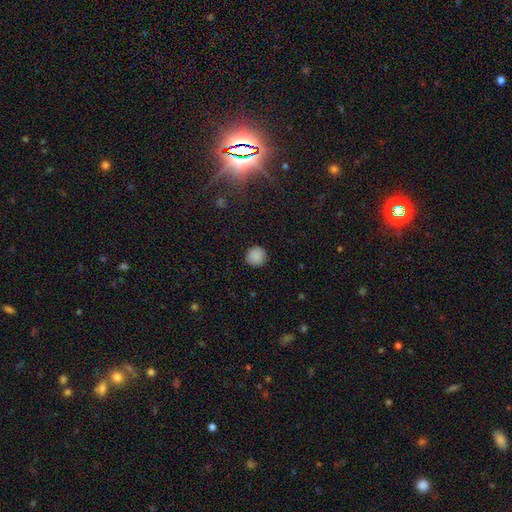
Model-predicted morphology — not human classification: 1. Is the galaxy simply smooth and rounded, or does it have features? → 87% smooth, 10% star or artifact, 3% featured or disk.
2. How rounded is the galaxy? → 93% round, 6% in between, 1% cigar-shaped.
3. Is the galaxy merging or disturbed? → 89% none, 8% minor disturbance, 2% major disturbance, 1% merger.